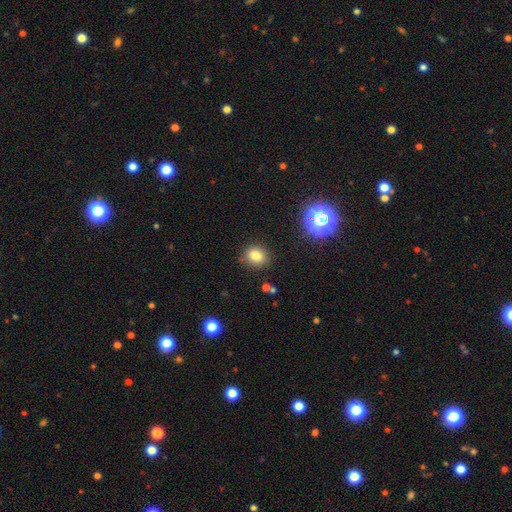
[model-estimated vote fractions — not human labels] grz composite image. It shows a smooth galaxy with no disk features (80%) that is round (64%). Merging: none (85%).